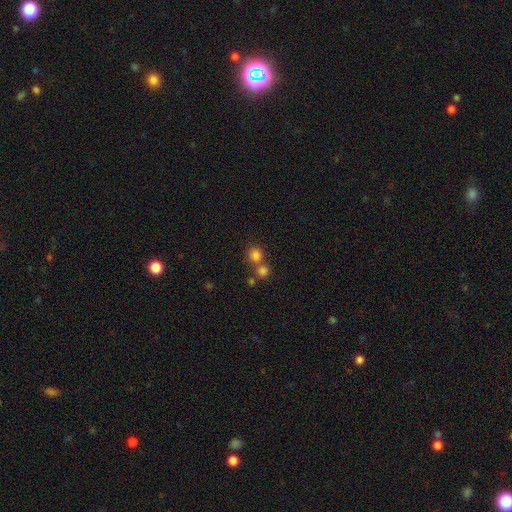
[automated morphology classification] A smooth galaxy with no disk features (80%) that is round (90%).

Vote fractions:
- Smooth or featured? smooth: 80% / star or artifact: 14% / featured or disk: 7%
- How rounded? round: 90% / in between: 9% / cigar-shaped: 1%
- Merging? none: 58% / merger: 32% / minor disturbance: 7% / major disturbance: 3%